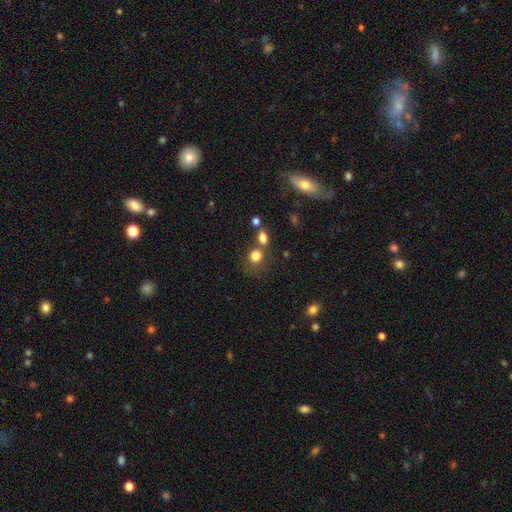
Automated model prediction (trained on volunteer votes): smooth_or_featured: smooth (p=0.79) [alt: star or artifact p=0.13]
how_rounded: round (p=0.67) [alt: in between p=0.31]
merging: none (p=0.50) [alt: merger p=0.30]